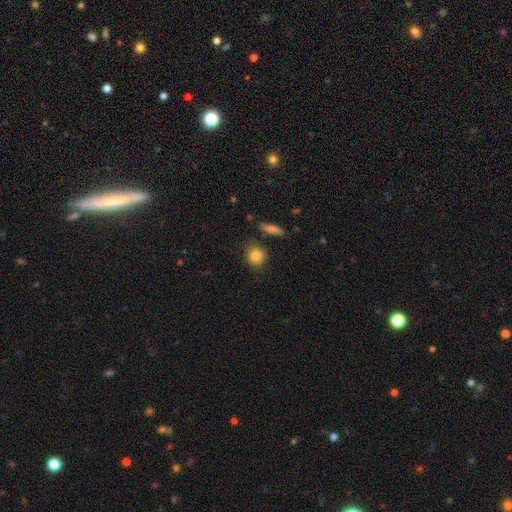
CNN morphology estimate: Overall: smooth (84%). How rounded: round (77%). Merging: none (82%).